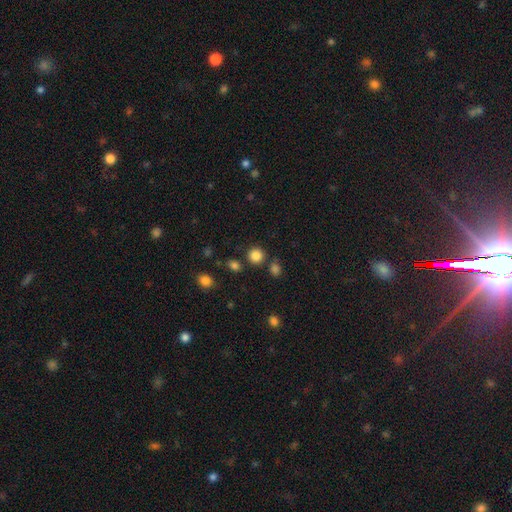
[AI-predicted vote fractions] smooth 84%, star or artifact 12%, featured or disk 4%. Down the decision tree: how rounded — round (91%); merging — none (82%).